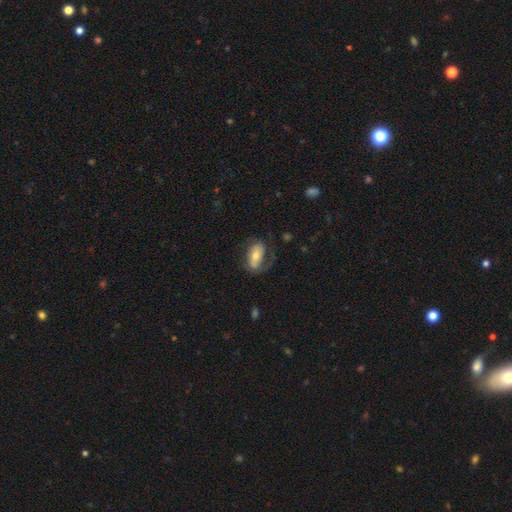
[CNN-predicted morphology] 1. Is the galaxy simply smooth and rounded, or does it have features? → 49% featured or disk, 44% smooth, 7% star or artifact.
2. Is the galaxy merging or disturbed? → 54% none, 23% major disturbance, 21% minor disturbance, 2% merger.